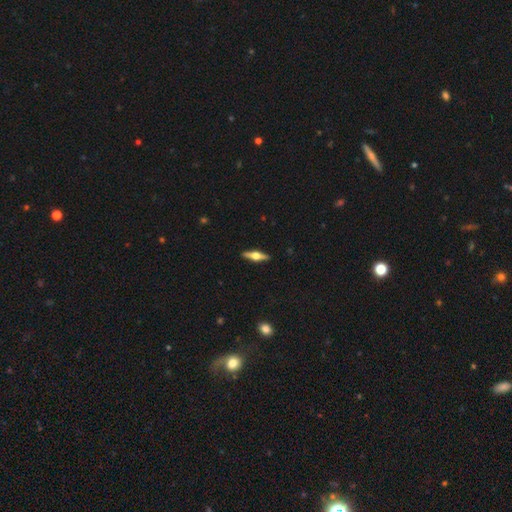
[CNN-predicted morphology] A featured or disk galaxy (69%) viewed edge-on (97%) with a rounded central bulge (95%). Merging: none (91%).